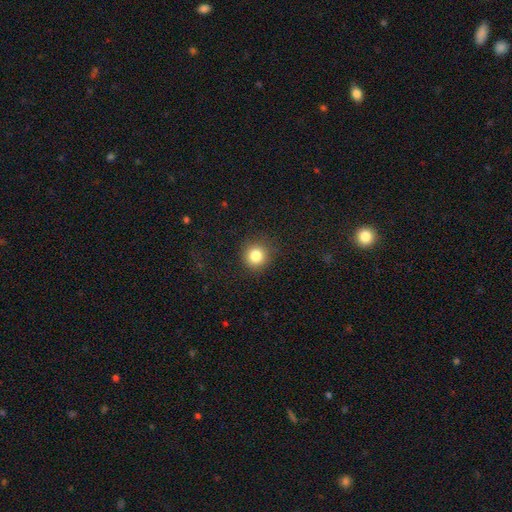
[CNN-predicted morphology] This appears to be a smooth galaxy with no disk features (83%) that is round (93%). Merging: none (89%).